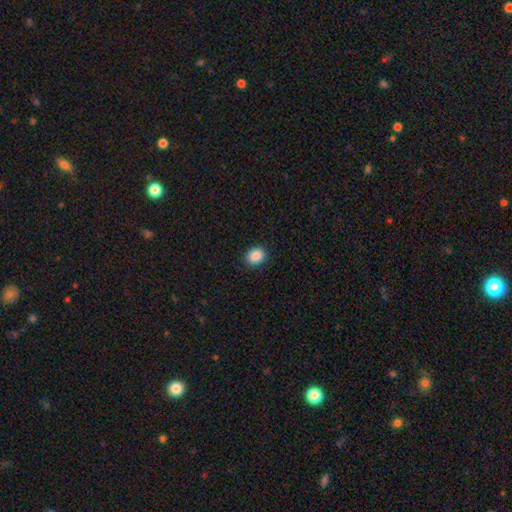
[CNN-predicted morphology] A smooth galaxy with no disk features (88%) that is round (55%).

Vote fractions:
- Smooth or featured? smooth: 88% / star or artifact: 9% / featured or disk: 3%
- How rounded? round: 55% / in between: 44% / cigar-shaped: 1%
- Merging? none: 90% / minor disturbance: 7% / major disturbance: 2% / merger: 1%